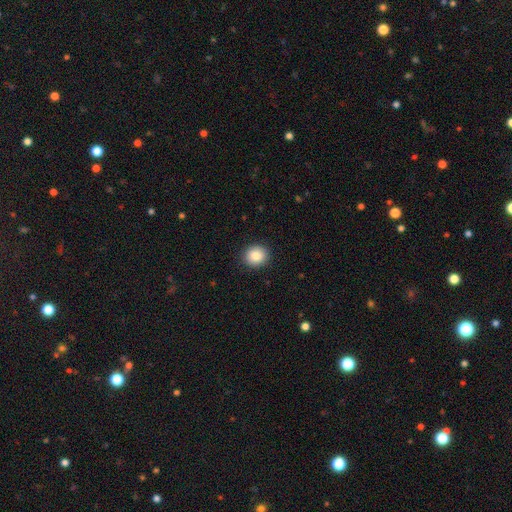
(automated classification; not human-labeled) smooth 85%, star or artifact 9%, featured or disk 7%. Down the decision tree: how rounded — round (78%); merging — none (91%).